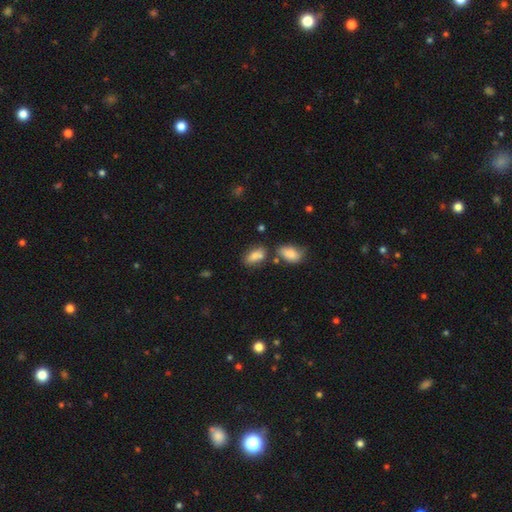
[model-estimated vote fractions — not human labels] This is likely a smooth galaxy (80%). How rounded: clearly in between (86%). Merging: possibly none (54%).